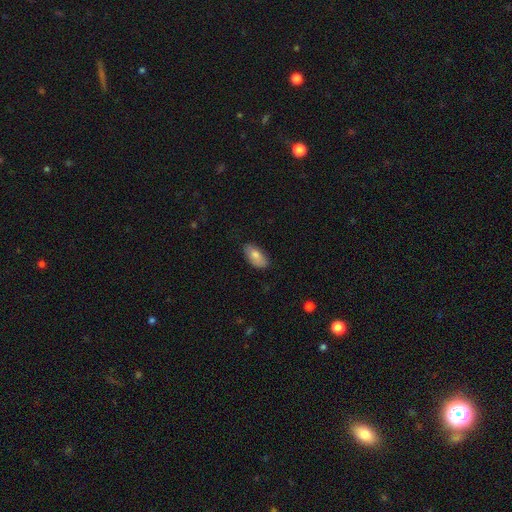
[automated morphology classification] Smooth or featured: smooth — 79% (featured or disk — 14%)
How rounded: in between — 91% (cigar-shaped — 6%)
Merging: none — 79% (minor disturbance — 17%)